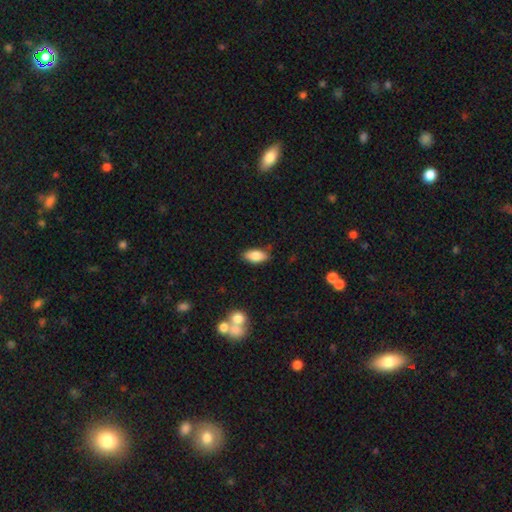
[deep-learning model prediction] A smooth galaxy with no disk features (84%) that is in between round and cigar-shaped (89%). Merging: none (81%).